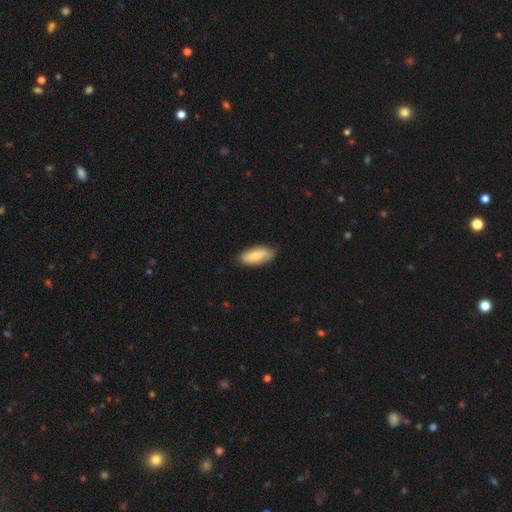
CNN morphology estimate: A smooth galaxy with no disk features (79%) that is in between round and cigar-shaped (81%).

Vote fractions:
- Smooth or featured? smooth: 79% / featured or disk: 15% / star or artifact: 6%
- How rounded? in between: 81% / cigar-shaped: 17% / round: 2%
- Merging? none: 83% / minor disturbance: 14% / major disturbance: 2% / merger: 1%